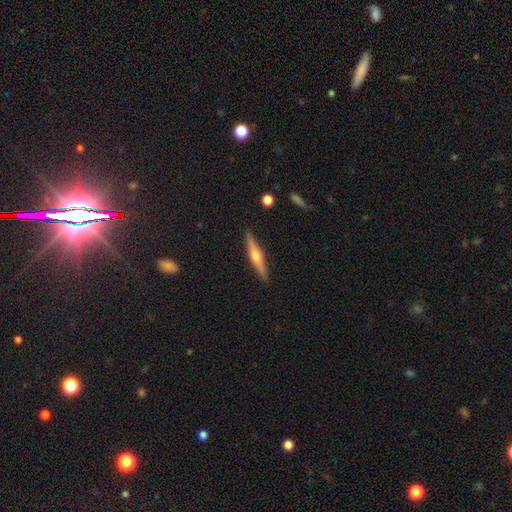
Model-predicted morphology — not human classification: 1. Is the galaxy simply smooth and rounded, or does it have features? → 70% featured or disk, 24% smooth, 6% star or artifact.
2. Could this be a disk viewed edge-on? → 97% yes, 3% no.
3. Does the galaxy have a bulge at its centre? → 93% rounded, 4% none, 4% boxy.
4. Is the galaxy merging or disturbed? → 91% none, 7% minor disturbance, 1% major disturbance, 1% merger.